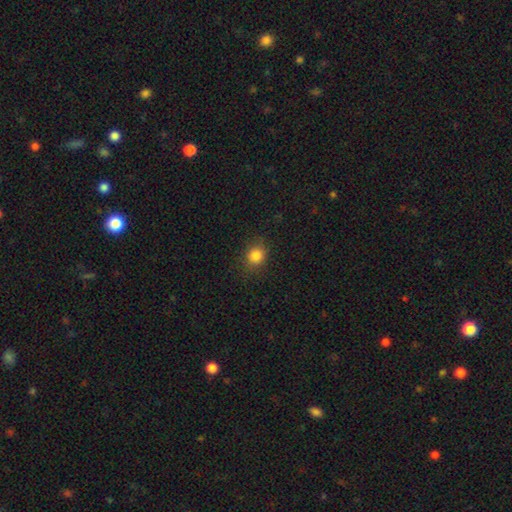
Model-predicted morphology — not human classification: Q: Smooth or featured?
A: smooth (84%); runner-up: star or artifact (12%)
Q: How rounded?
A: round (76%); runner-up: in between (23%)
Q: Merging?
A: none (85%); runner-up: minor disturbance (11%)